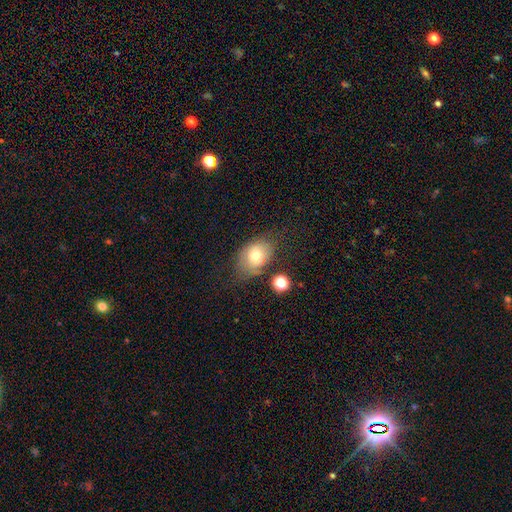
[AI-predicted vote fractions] smooth 68%, featured or disk 22%, star or artifact 10%. Down the decision tree: how rounded — in between (76%); merging — none (58%).